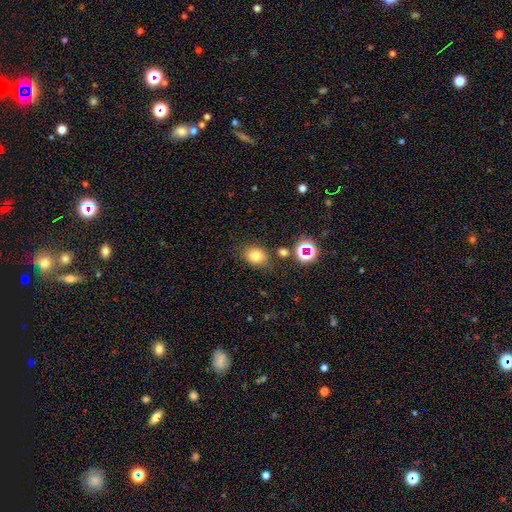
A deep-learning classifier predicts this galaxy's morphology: Q: Smooth or featured?
A: smooth (76%); runner-up: star or artifact (16%)
Q: How rounded?
A: round (51%); runner-up: in between (48%)
Q: Merging?
A: none (74%); runner-up: minor disturbance (15%)